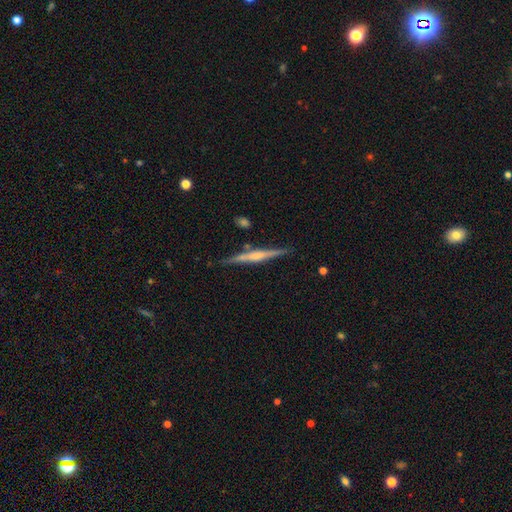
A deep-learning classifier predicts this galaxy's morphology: Overall: featured or disk (70%). Edge-on disk: yes (98%). Edge-on bulge: rounded (56%; none 24%). Merging: none (85%).